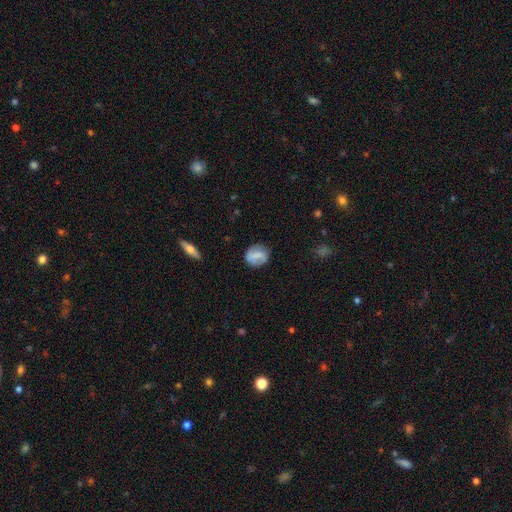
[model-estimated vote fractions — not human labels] Smooth or featured: smooth — 58% (featured or disk — 34%)
How rounded: round — 69% (in between — 29%)
Merging: none — 77% (minor disturbance — 17%)